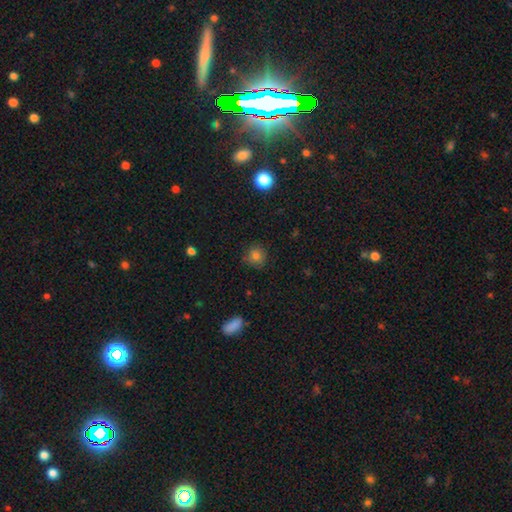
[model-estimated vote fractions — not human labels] Smooth or featured?
  - smooth: 80% *
  - star or artifact: 13%
  - featured or disk: 6%
How rounded?
  - round: 88% *
  - in between: 11%
  - cigar-shaped: 1%
Merging?
  - none: 81% *
  - minor disturbance: 14%
  - major disturbance: 3%
  - merger: 2%